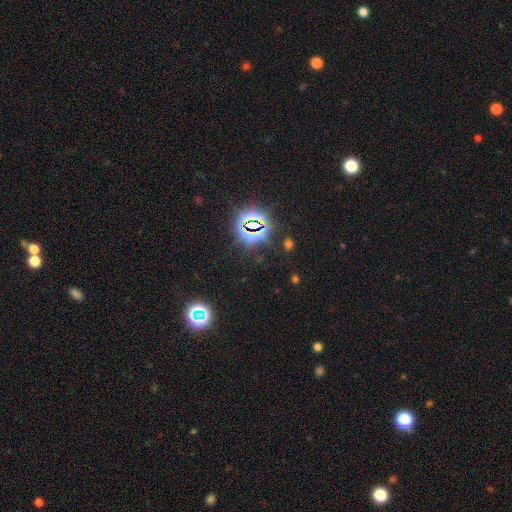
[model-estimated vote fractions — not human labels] Smooth or featured?
  - star or artifact: 79% *
  - smooth: 15%
  - featured or disk: 7%